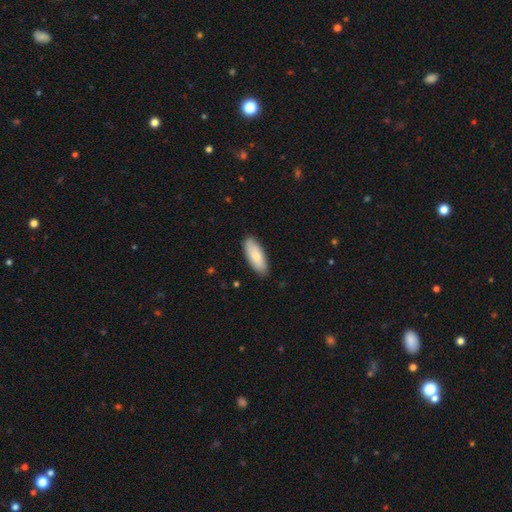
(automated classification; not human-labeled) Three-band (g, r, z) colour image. It shows a smooth galaxy with no disk features (82%) that is in between round and cigar-shaped (76%). Merging: none (86%).